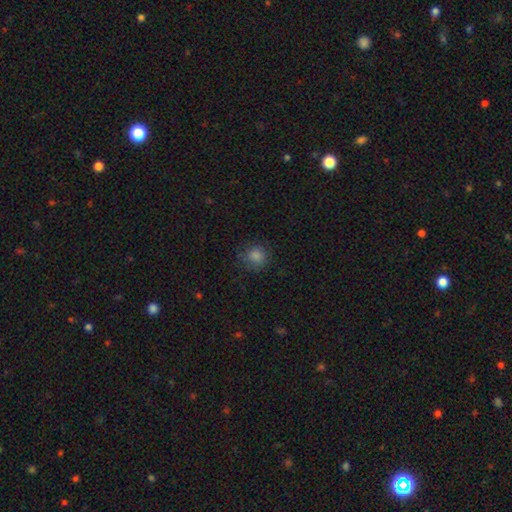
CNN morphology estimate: smooth_or_featured: smooth (p=0.80) [alt: star or artifact p=0.14]
how_rounded: round (p=0.86) [alt: in between p=0.14]
merging: none (p=0.80) [alt: minor disturbance p=0.14]